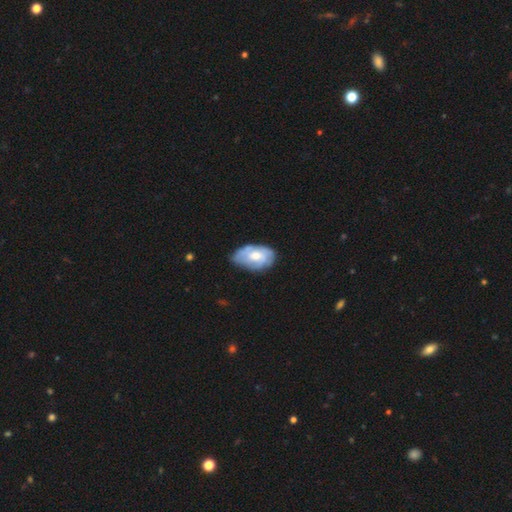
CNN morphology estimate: smooth_or_featured: featured or disk (p=0.61) [alt: smooth p=0.33]
disk_edge_on: no (p=0.95) [alt: yes p=0.05]
bar: no (p=0.74) [alt: weak p=0.23]
has_spiral_arms: yes (p=0.75) [alt: no p=0.25]
bulge_size: moderate (p=0.65) [alt: small p=0.24]
merging: none (p=0.62) [alt: minor disturbance p=0.28]